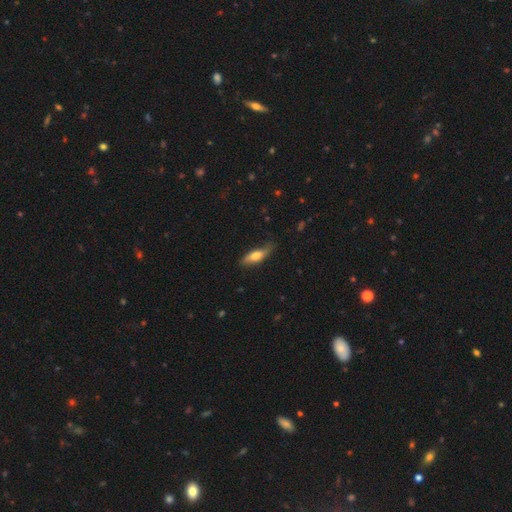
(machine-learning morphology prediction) This appears to be a smooth galaxy with no disk features (61%) that is cigar-shaped (51%). Merging: none (69%).